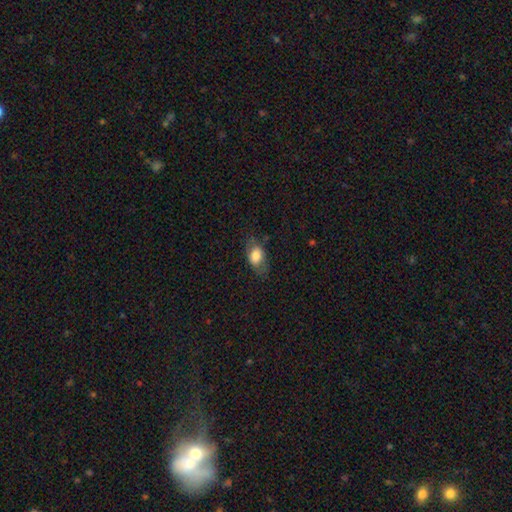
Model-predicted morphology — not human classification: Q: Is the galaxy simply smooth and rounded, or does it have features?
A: smooth — 72%.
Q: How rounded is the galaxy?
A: in between — 86%.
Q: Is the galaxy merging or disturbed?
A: none — 65%.